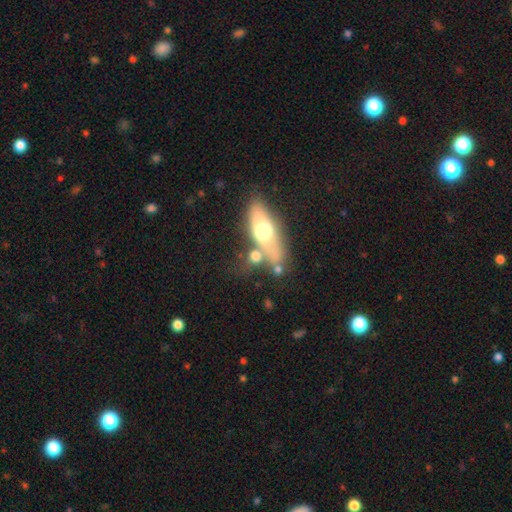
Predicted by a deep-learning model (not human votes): Q: Smooth or featured?
A: smooth (60%); runner-up: featured or disk (29%)
Q: How rounded?
A: in between (46%); runner-up: round (32%)
Q: Merging?
A: none (54%); runner-up: merger (23%)